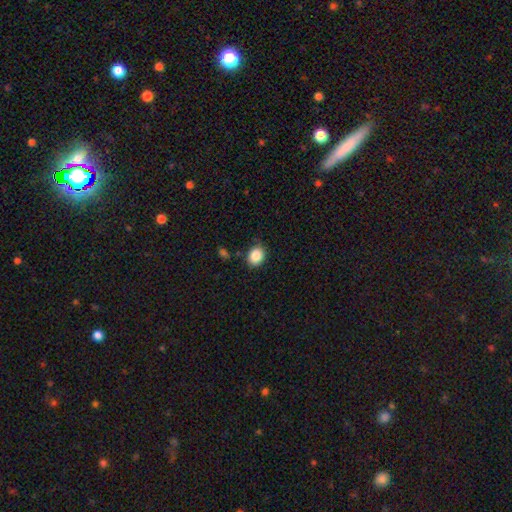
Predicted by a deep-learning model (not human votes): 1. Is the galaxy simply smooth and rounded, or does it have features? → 87% smooth, 9% star or artifact, 4% featured or disk.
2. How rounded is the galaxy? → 58% round, 41% in between, 1% cigar-shaped.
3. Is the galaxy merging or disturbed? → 82% none, 12% minor disturbance, 3% major disturbance, 2% merger.